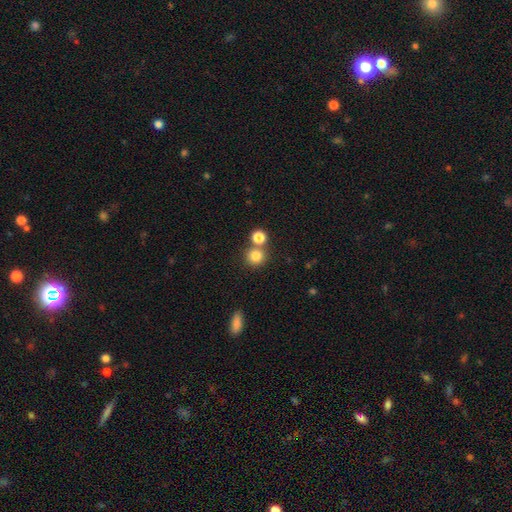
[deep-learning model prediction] Smooth or featured? Predicted: smooth (p=0.82). How rounded? Predicted: round (p=0.89). Merging? Predicted: none (p=0.63).